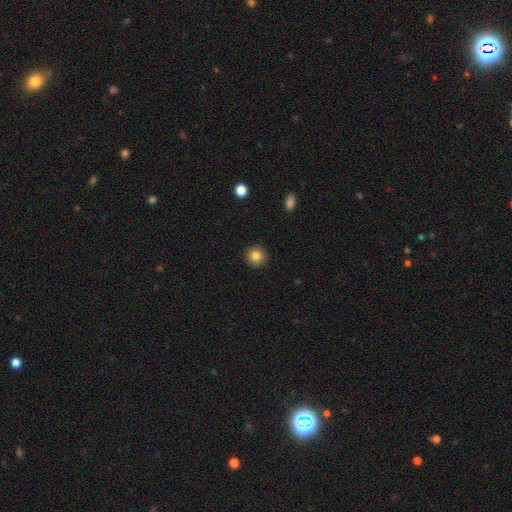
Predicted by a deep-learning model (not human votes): Overall: smooth (84%). How rounded: round (93%). Merging: none (92%).